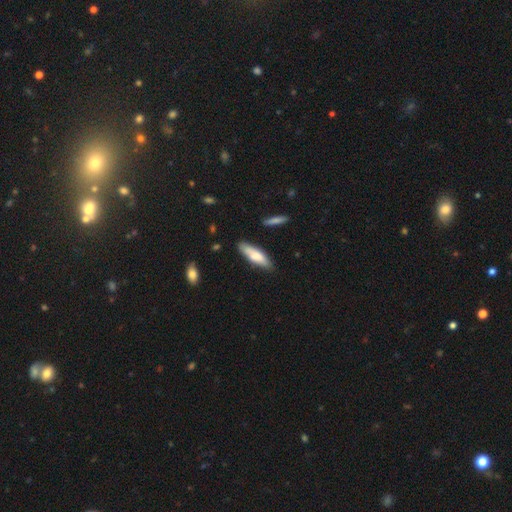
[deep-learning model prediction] Smooth or featured? smooth (70%)
How rounded? cigar-shaped (59%)
Merging? none (78%)